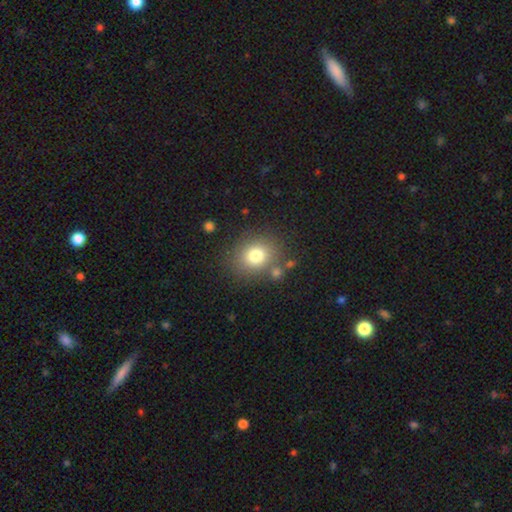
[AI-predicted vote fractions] Smooth or featured: smooth — 77% (star or artifact — 12%)
How rounded: round — 65% (in between — 34%)
Merging: none — 77% (minor disturbance — 11%)